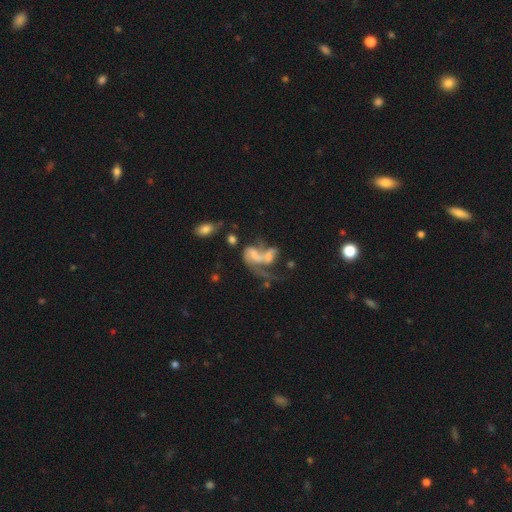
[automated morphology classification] A featured or disk galaxy (60%) with no bar (59%), spiral arms (62%) and no central bulge (38%). Merging: merger (62%).